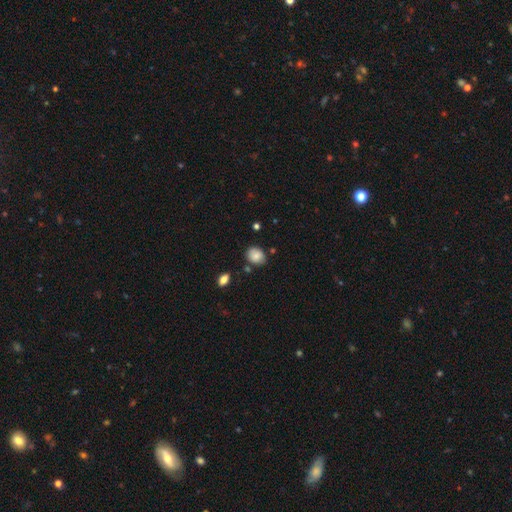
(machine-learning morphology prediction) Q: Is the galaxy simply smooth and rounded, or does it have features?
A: smooth — 83%.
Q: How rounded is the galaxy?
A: in between — 51%.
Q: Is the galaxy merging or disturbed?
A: none — 73%.